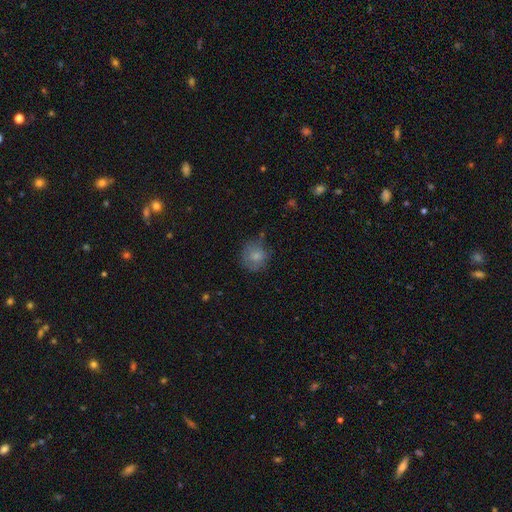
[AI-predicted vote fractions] Smooth or featured: smooth — 75% (featured or disk — 16%)
How rounded: round — 86% (in between — 13%)
Merging: none — 64% (minor disturbance — 24%)